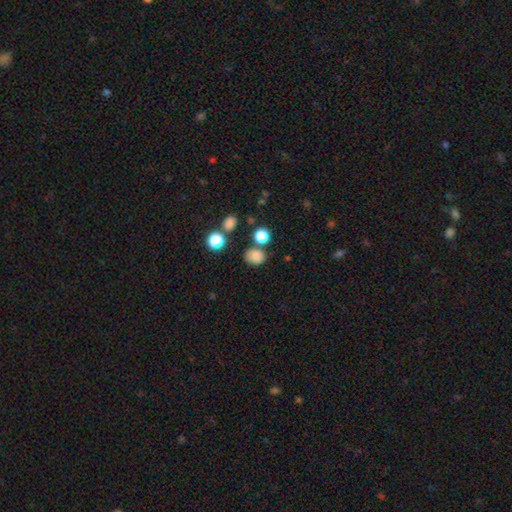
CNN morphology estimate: This is clearly a smooth galaxy (81%). How rounded: possibly round (58%). Merging: likely none (67%).